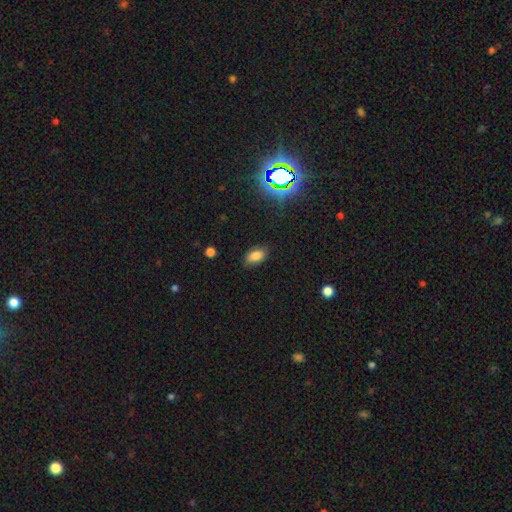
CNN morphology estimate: smooth_or_featured: smooth (p=0.80) [alt: star or artifact p=0.13]
how_rounded: in between (p=0.91) [alt: round p=0.06]
merging: none (p=0.82) [alt: minor disturbance p=0.14]